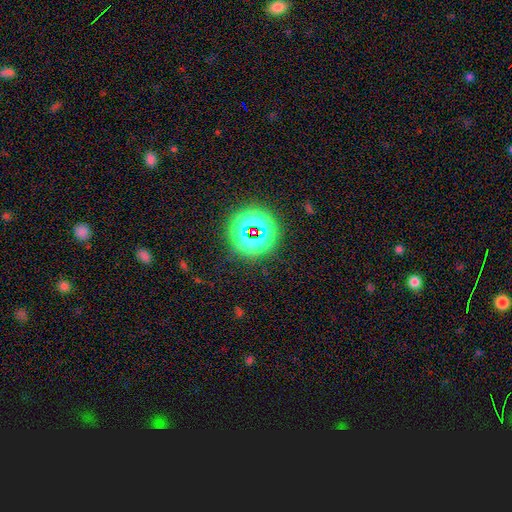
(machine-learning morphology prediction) A star or artifact, not a galaxy (81%).

Vote fractions:
- Smooth or featured? star or artifact: 81% / smooth: 12% / featured or disk: 6%